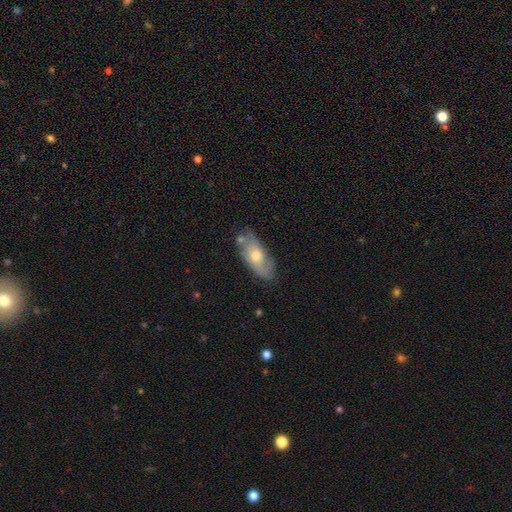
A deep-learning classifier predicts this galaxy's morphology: type=smooth (48%); merging=none (66%).